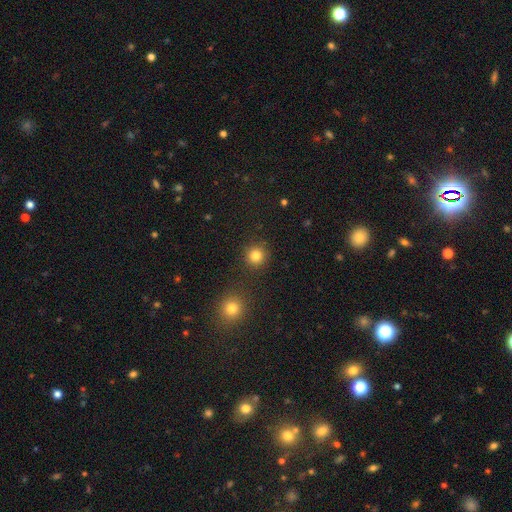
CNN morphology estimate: This is clearly a smooth galaxy (82%). How rounded: clearly round (94%). Merging: clearly none (88%).